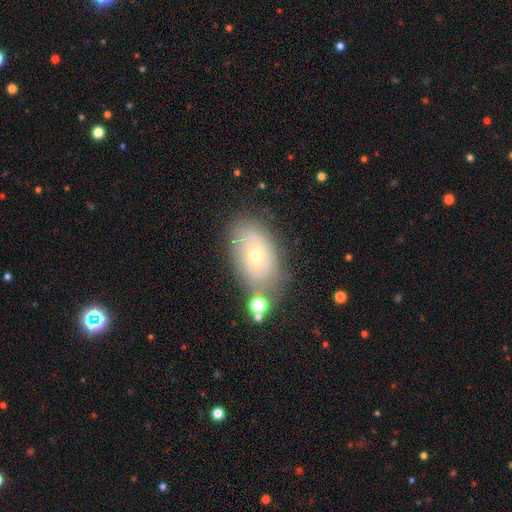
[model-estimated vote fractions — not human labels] Overall: featured or disk (52%; smooth 38%). Edge-on disk: no (91%). Merging: none (63%).